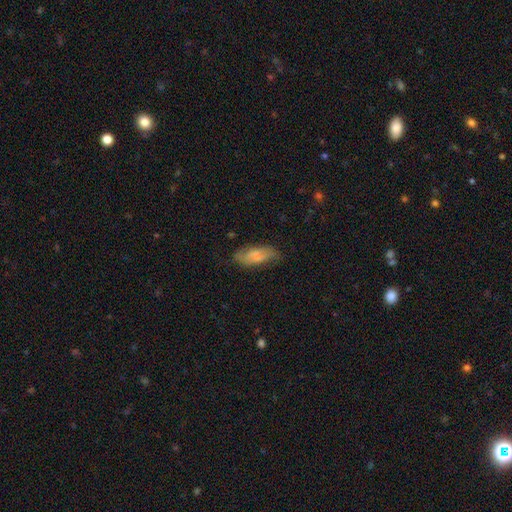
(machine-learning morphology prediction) This appears to be a smooth galaxy with no disk features (70%) that is in between round and cigar-shaped (80%). Merging: none (61%).